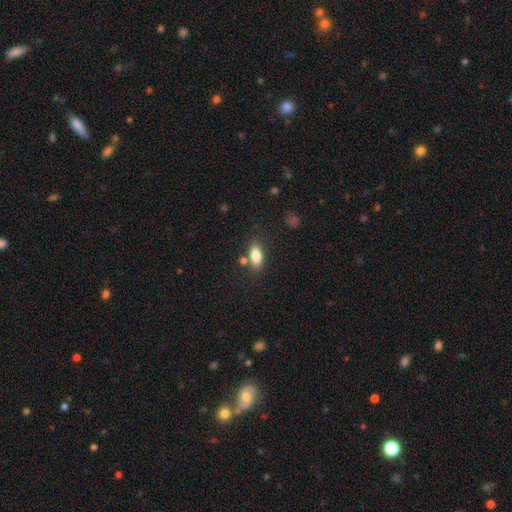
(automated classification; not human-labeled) This appears to be a smooth galaxy with no disk features (82%) that is in between round and cigar-shaped (85%). Merging: none (73%).